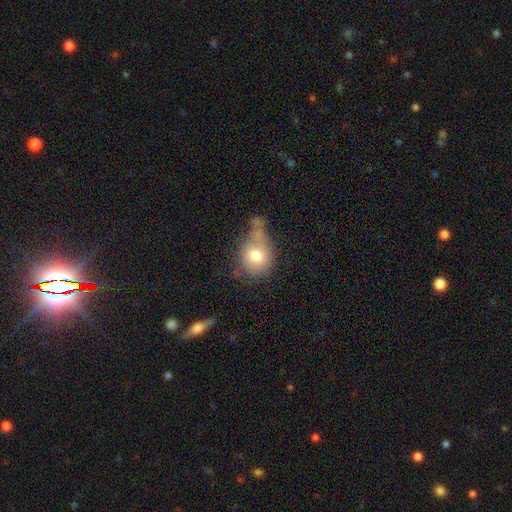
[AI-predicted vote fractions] smooth 75%, featured or disk 17%, star or artifact 8%. Down the decision tree: how rounded — round (69%); merging — merger (31%).